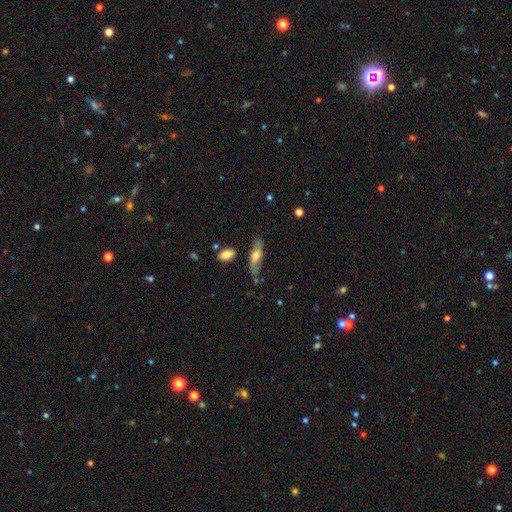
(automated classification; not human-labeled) Smooth or featured? Predicted: smooth (p=0.49). Merging? Predicted: none (p=0.56).